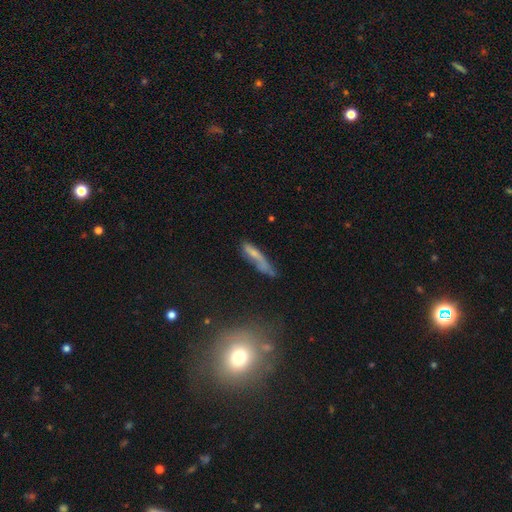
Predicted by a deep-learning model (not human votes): This is possibly a smooth galaxy (53%). How rounded: clearly cigar-shaped (81%). Merging: possibly none (49%).